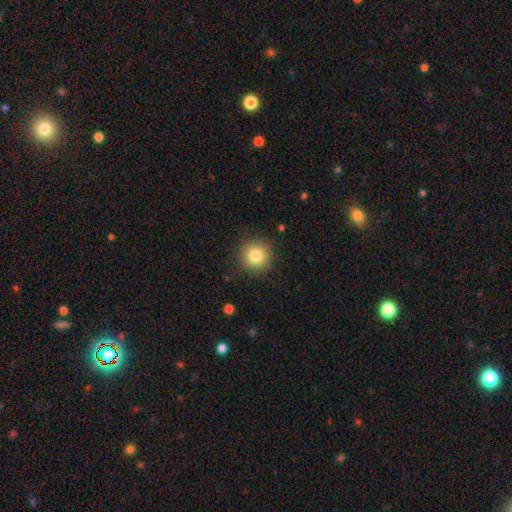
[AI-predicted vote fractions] A smooth galaxy with no disk features (82%) that is round (93%). Merging: none (89%).